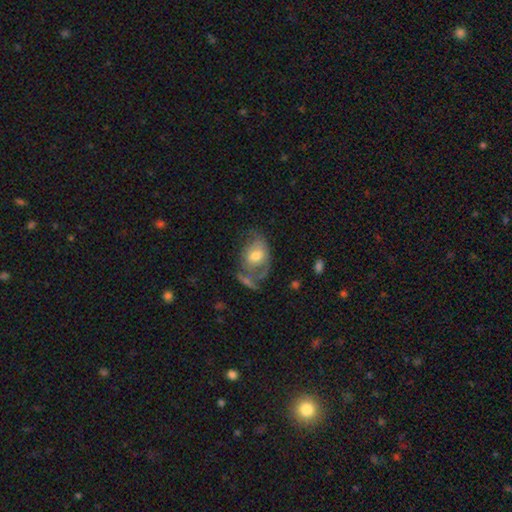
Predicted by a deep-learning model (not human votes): Smooth or featured: smooth — 55% (featured or disk — 38%)
How rounded: in between — 71% (round — 28%)
Merging: none — 35% (minor disturbance — 26%)